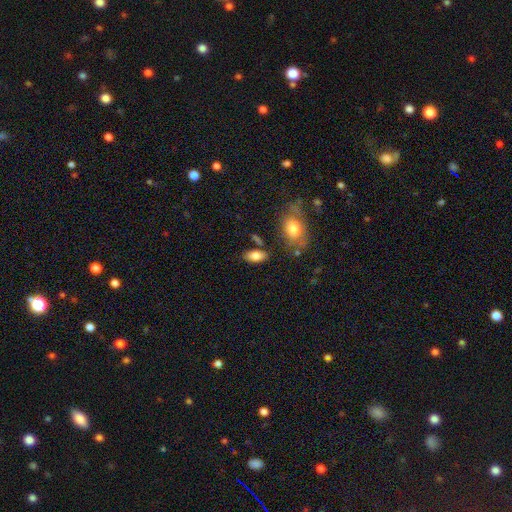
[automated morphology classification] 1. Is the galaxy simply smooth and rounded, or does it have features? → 82% smooth, 11% featured or disk, 8% star or artifact.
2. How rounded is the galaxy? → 90% in between, 7% cigar-shaped, 4% round.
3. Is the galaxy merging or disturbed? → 76% none, 13% minor disturbance, 7% merger, 4% major disturbance.